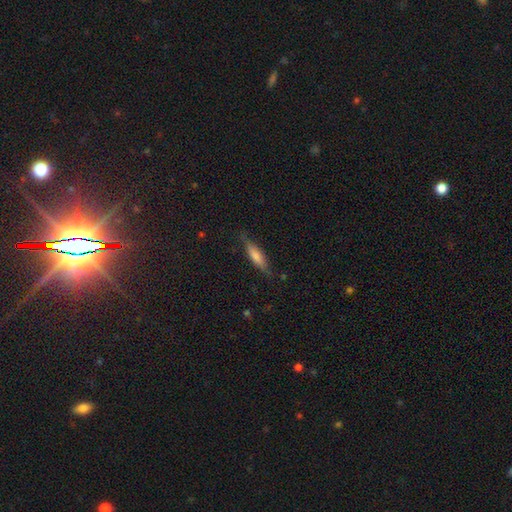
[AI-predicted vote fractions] smooth 56%, featured or disk 36%, star or artifact 8%. Down the decision tree: how rounded — cigar-shaped (73%); merging — none (79%).